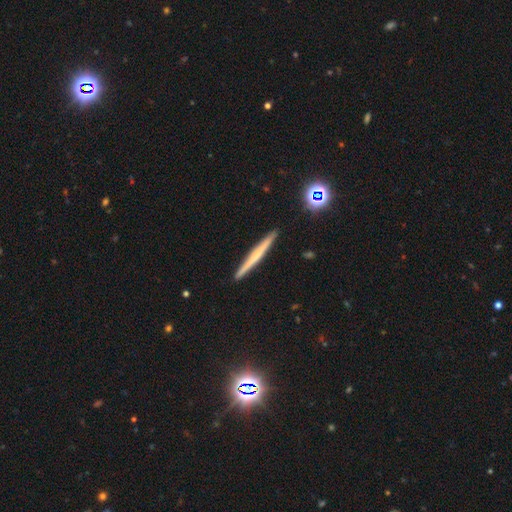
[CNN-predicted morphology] featured or disk 52%, smooth 40%, star or artifact 8%. Down the decision tree: edge-on disk — yes (98%); edge-on bulge — none (64%); merging — none (92%).